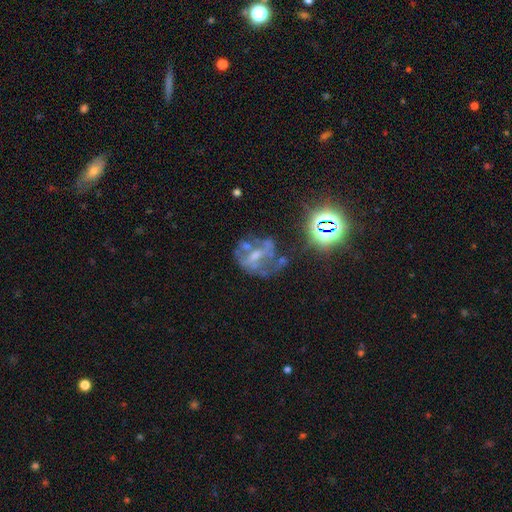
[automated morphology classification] featured or disk 59%, star or artifact 27%, smooth 14%. Down the decision tree: edge-on disk — no (97%); bar — no (47%); spiral arms — no (50%, tied with yes); bulge size — small (43%); merging — none (44%).